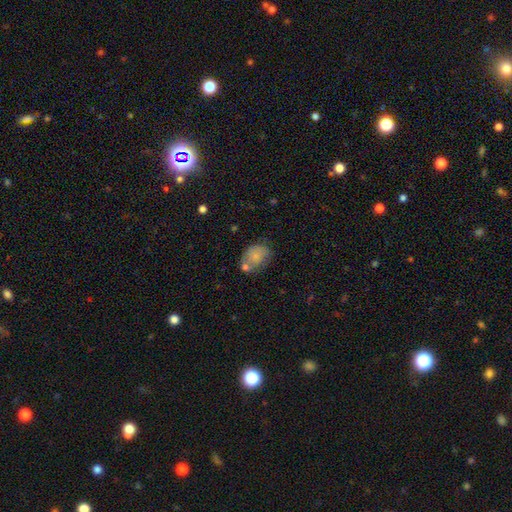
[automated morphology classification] The model was most divided on "merging": none: 47%, minor disturbance: 24%, merger: 20%, major disturbance: 9%. More confident: smooth or featured — smooth (75%); how rounded — in between (72%).